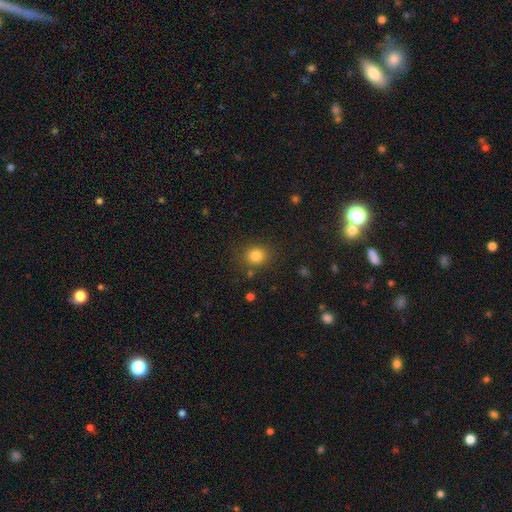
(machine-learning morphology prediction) A smooth galaxy with no disk features (81%) that is round (81%).

Vote fractions:
- Smooth or featured? smooth: 81% / star or artifact: 13% / featured or disk: 6%
- How rounded? round: 81% / in between: 18% / cigar-shaped: 1%
- Merging? none: 82% / minor disturbance: 10% / merger: 4% / major disturbance: 4%